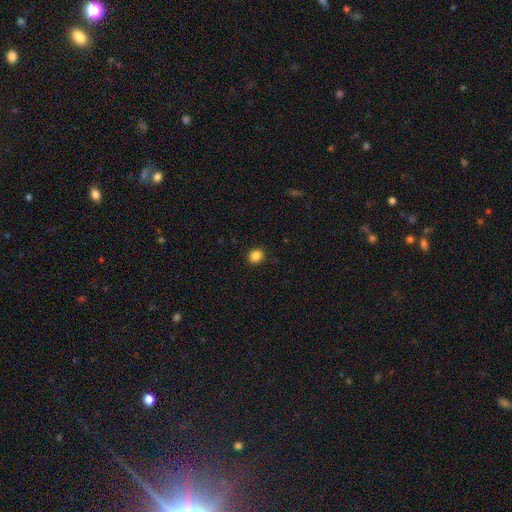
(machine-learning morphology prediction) smooth 86%, star or artifact 11%, featured or disk 3%. Down the decision tree: how rounded — round (75%); merging — none (91%).